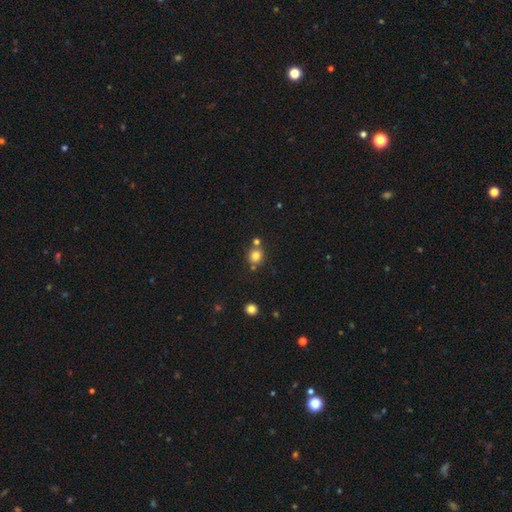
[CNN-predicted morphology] The model was most divided on "merging": none: 69%, merger: 19%, minor disturbance: 9%, major disturbance: 3%. More confident: how rounded — round (87%); smooth or featured — smooth (80%).